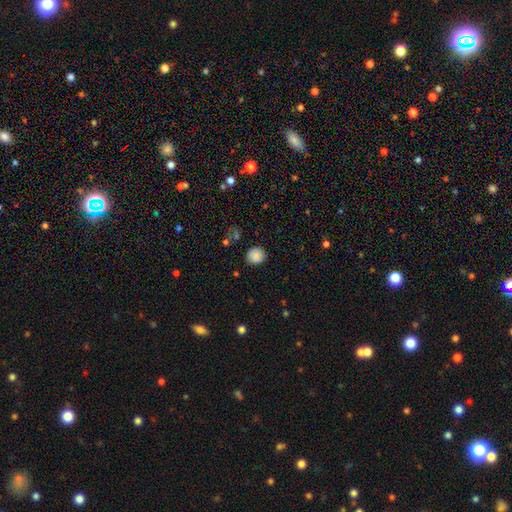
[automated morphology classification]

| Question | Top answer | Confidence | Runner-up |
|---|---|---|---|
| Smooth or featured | smooth | 86% | star or artifact (9%) |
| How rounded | round | 82% | in between (17%) |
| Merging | none | 85% | minor disturbance (11%) |